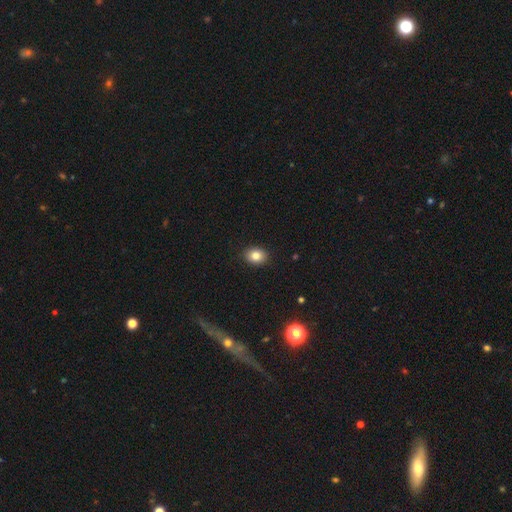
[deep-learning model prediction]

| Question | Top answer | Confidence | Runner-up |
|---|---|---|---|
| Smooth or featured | smooth | 83% | star or artifact (10%) |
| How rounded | in between | 54% | round (45%) |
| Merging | none | 90% | minor disturbance (7%) |